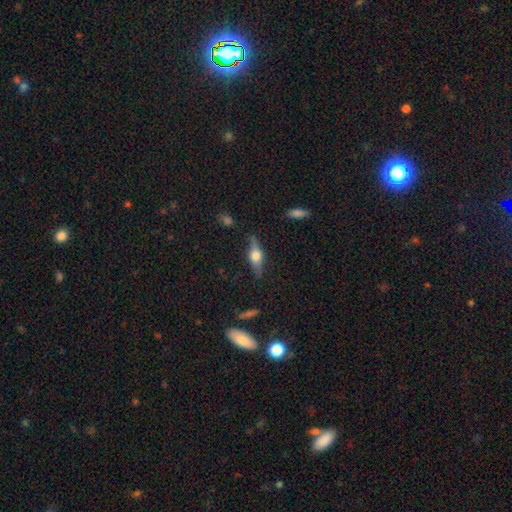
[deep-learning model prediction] featured or disk 63%, smooth 29%, star or artifact 7%. Down the decision tree: edge-on disk — yes (94%); edge-on bulge — rounded (94%); merging — none (81%).